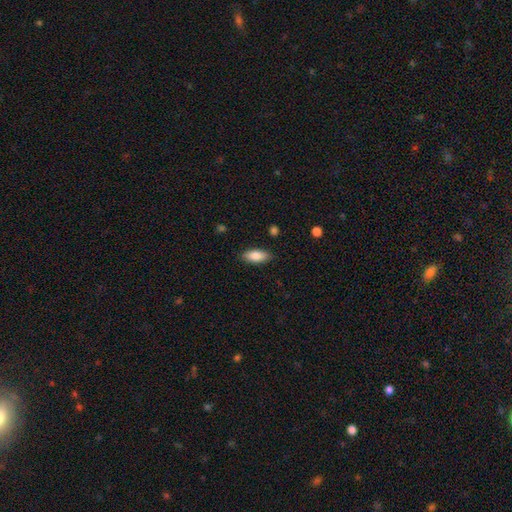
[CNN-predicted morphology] smooth-or-featured: smooth: 85% | featured or disk: 9% | star or artifact: 7%
  how-rounded: in between: 84% | cigar-shaped: 14% | round: 2%
  merging: none: 85% | minor disturbance: 11% | major disturbance: 3% | merger: 1%